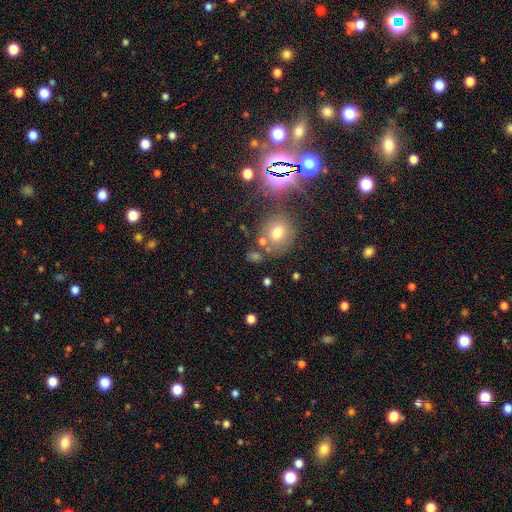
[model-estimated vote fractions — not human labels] Smooth or featured?
  - smooth: 48% *
  - star or artifact: 38%
  - featured or disk: 14%
Merging?
  - none: 69% *
  - merger: 14%
  - minor disturbance: 12%
  - major disturbance: 6%